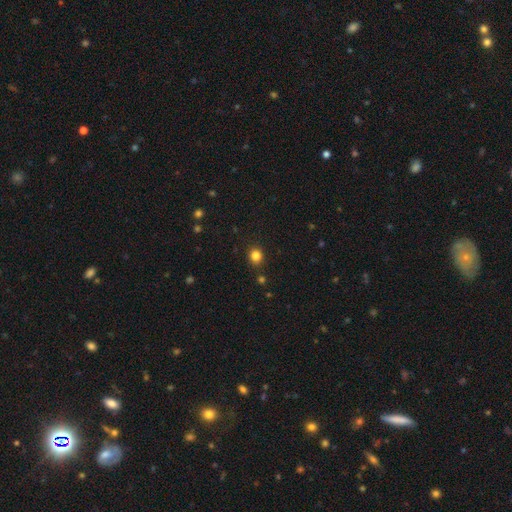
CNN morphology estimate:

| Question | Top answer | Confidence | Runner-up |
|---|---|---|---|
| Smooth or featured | smooth | 82% | star or artifact (13%) |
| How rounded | round | 82% | in between (17%) |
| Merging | none | 89% | minor disturbance (7%) |